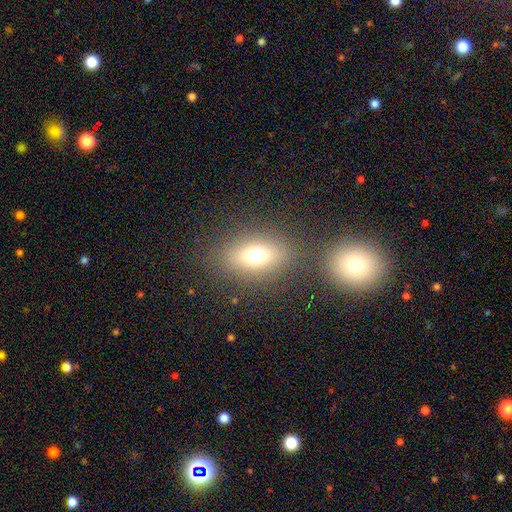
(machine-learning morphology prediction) This appears to be a smooth galaxy with no disk features (67%) that is in between round and cigar-shaped (66%). Merging: none (79%).